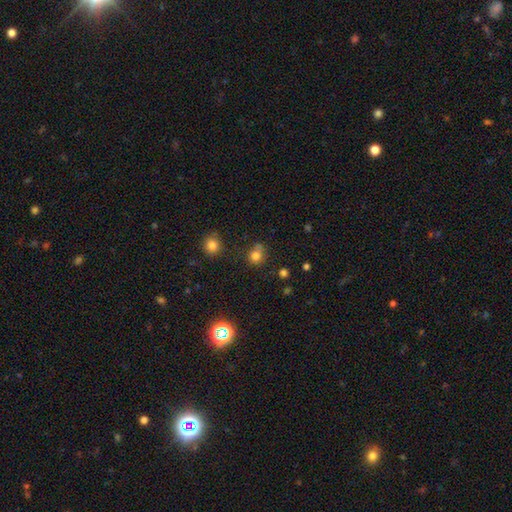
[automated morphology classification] Smooth or featured: smooth — 77% (star or artifact — 16%)
How rounded: round — 83% (in between — 16%)
Merging: none — 64% (minor disturbance — 15%)